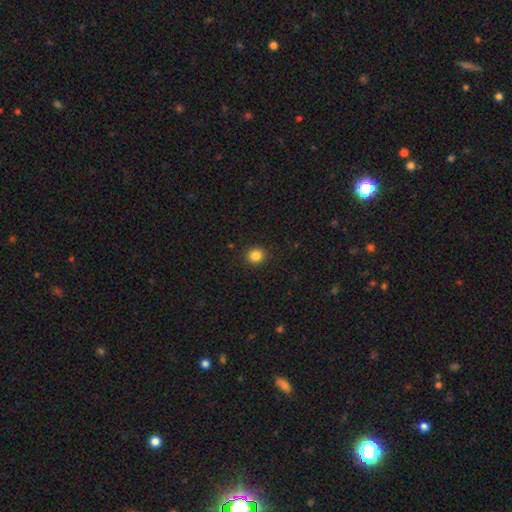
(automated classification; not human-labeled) smooth 85%, star or artifact 11%, featured or disk 4%. Down the decision tree: how rounded — round (88%); merging — none (92%).